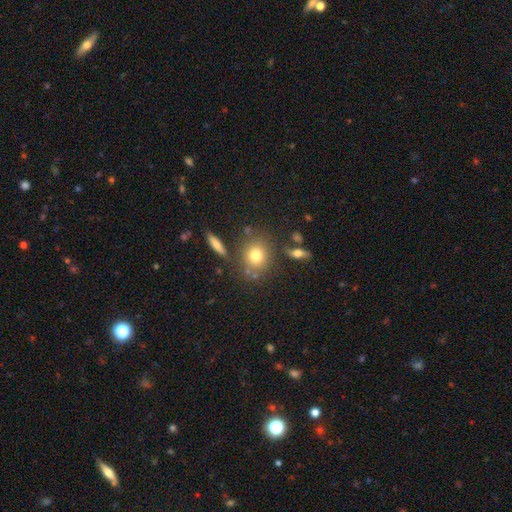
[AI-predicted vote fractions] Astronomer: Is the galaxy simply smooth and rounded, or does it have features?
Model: smooth — 76%.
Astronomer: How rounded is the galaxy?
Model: round — 77%.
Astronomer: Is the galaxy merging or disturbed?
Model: none — 76%.